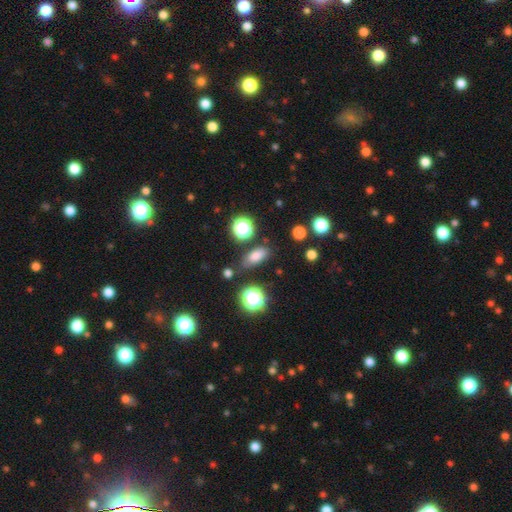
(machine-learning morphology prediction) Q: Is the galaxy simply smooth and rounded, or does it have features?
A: smooth — 75%.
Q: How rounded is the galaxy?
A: in between — 76%.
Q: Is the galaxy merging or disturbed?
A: none — 76%.